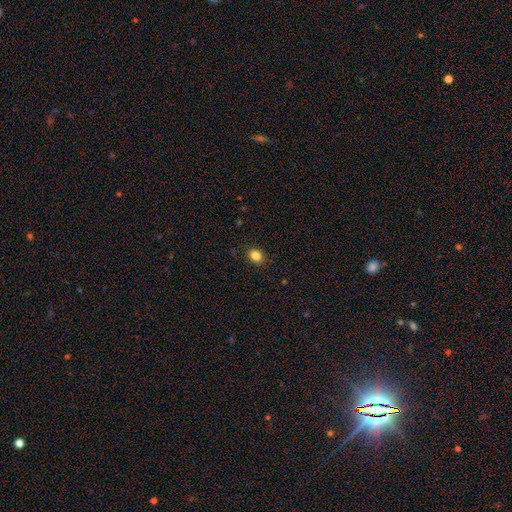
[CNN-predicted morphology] This appears to be a smooth galaxy with no disk features (85%) that is in between round and cigar-shaped (51%). Merging: none (89%).